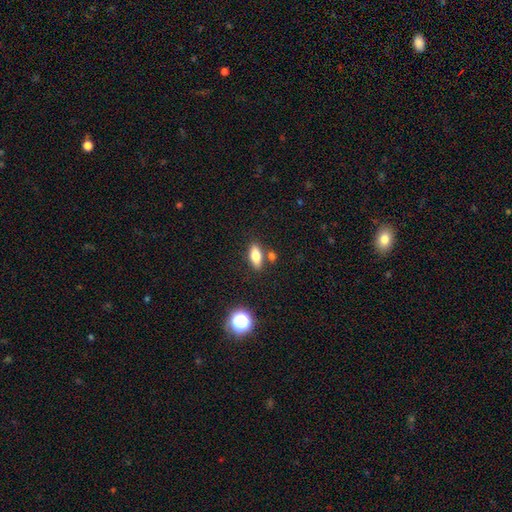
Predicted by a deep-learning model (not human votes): smooth_or_featured: smooth (p=0.78) [alt: featured or disk p=0.14]
how_rounded: in between (p=0.78) [alt: cigar-shaped p=0.17]
merging: none (p=0.77) [alt: minor disturbance p=0.11]